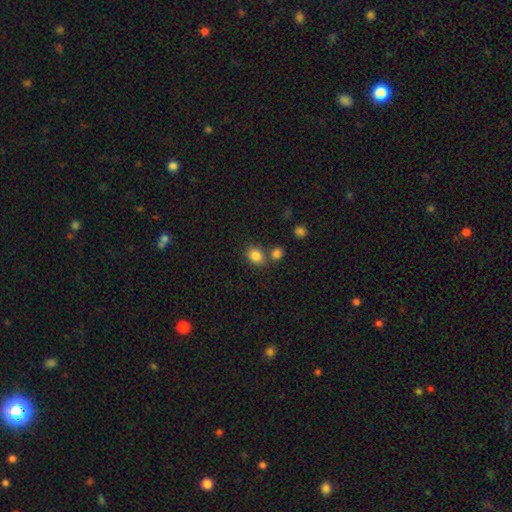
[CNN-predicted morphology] This is clearly a smooth galaxy (85%). How rounded: possibly in between (52%). Merging: likely none (63%).